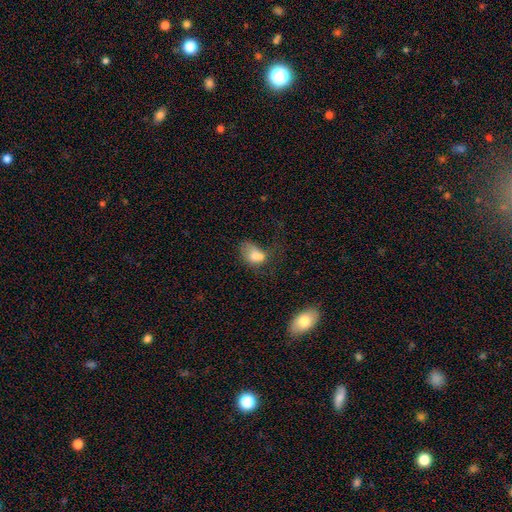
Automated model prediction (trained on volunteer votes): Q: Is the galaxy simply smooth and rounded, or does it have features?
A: smooth — 69%.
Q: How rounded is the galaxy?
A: in between — 70%.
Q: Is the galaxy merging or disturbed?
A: merger — 35%.